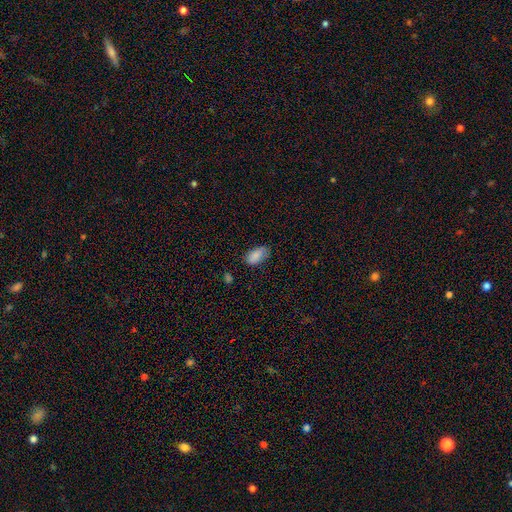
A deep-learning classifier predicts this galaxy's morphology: smooth 86%, star or artifact 8%, featured or disk 6%. Down the decision tree: how rounded — in between (93%); merging — none (64%).